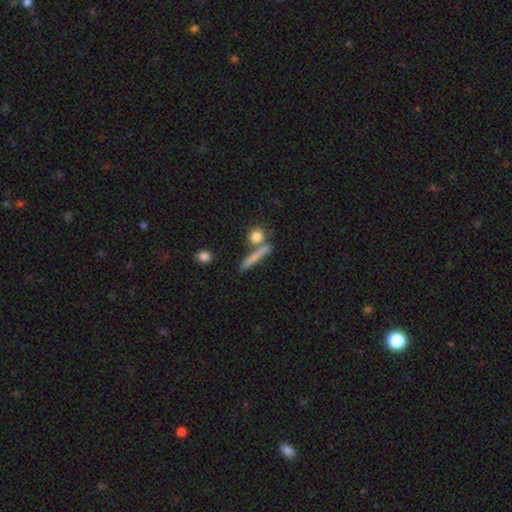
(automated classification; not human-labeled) A smooth galaxy with no disk features (69%) that is cigar-shaped (64%).

Vote fractions:
- Smooth or featured? smooth: 69% / featured or disk: 21% / star or artifact: 10%
- How rounded? cigar-shaped: 64% / round: 24% / in between: 12%
- Merging? none: 69% / merger: 16% / minor disturbance: 10% / major disturbance: 5%